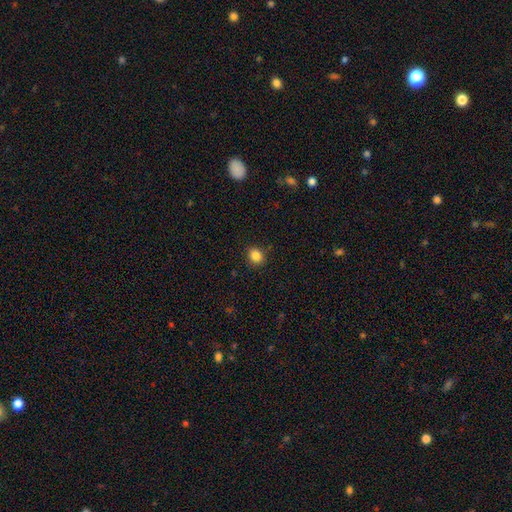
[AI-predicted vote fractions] Smooth or featured? smooth (85%)
How rounded? round (72%)
Merging? none (88%)